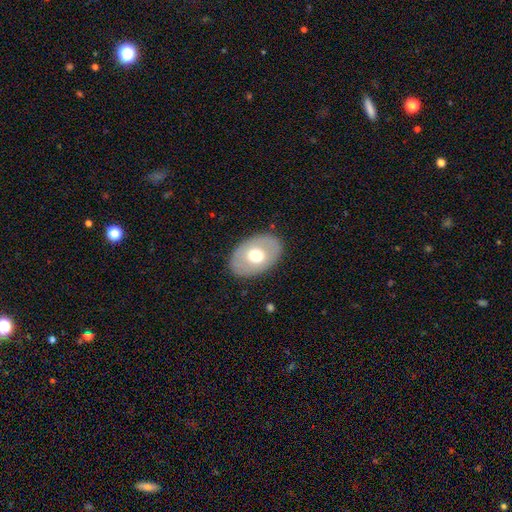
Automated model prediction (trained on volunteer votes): This appears to be a smooth galaxy with no disk features (58%) that is in between round and cigar-shaped (83%). Merging: none (84%).